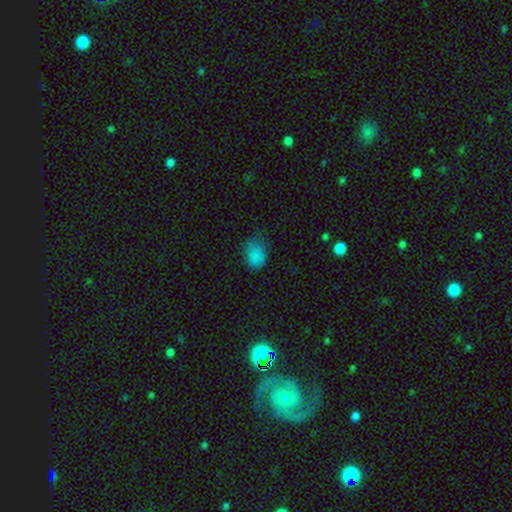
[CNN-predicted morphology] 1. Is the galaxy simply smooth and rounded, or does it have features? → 82% smooth, 13% star or artifact, 6% featured or disk.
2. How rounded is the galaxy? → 75% in between, 23% round, 1% cigar-shaped.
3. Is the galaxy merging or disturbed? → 47% none, 36% minor disturbance, 16% major disturbance, 2% merger.